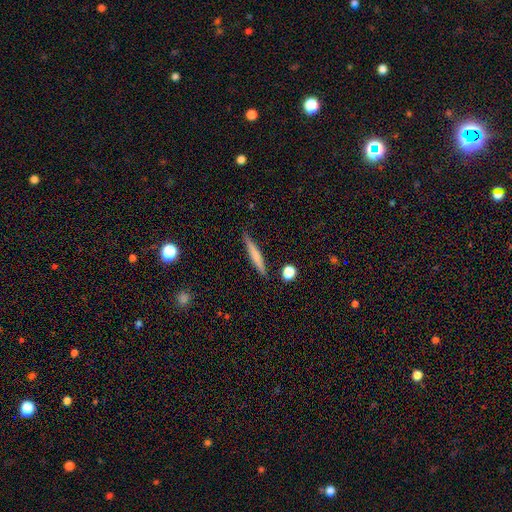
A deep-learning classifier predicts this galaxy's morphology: A smooth galaxy with no disk features (62%) that is cigar-shaped (94%). Merging: none (88%).